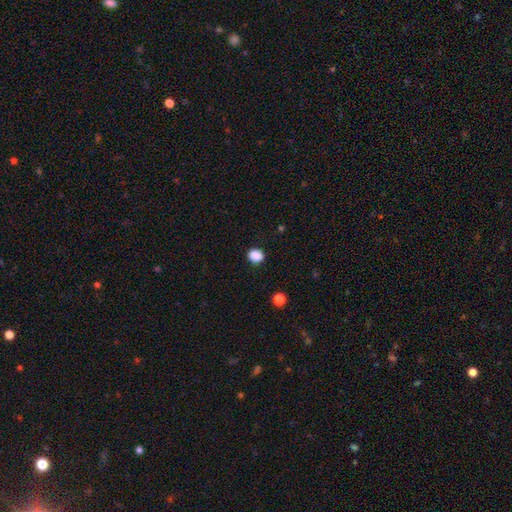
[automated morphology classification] Smooth or featured? smooth (88%)
How rounded? round (64%)
Merging? none (88%)